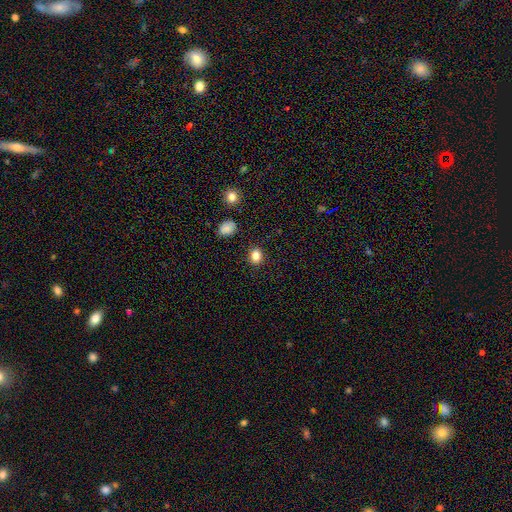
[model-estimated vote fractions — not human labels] Overall: smooth (84%). How rounded: round (58%; in between 41%). Merging: none (89%).